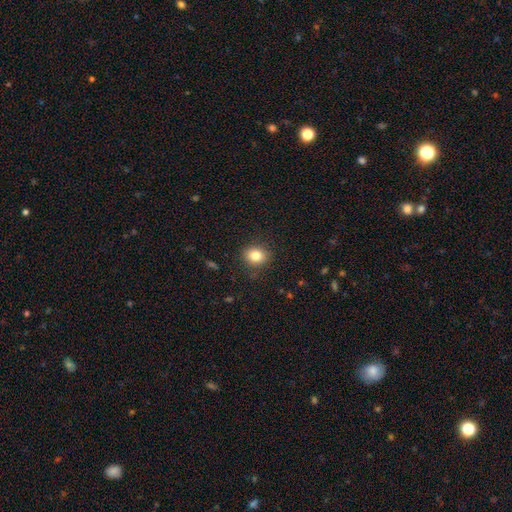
Smooth or featured? 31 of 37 (84%) said smooth. How rounded? 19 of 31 (61%) said round. Merging? 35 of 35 (100%) said none.